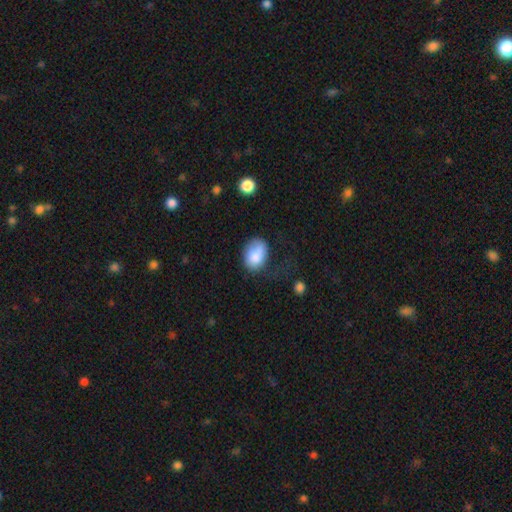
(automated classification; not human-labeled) Overall: smooth (83%). How rounded: in between (73%). Merging: none (44%; minor disturbance 32%).